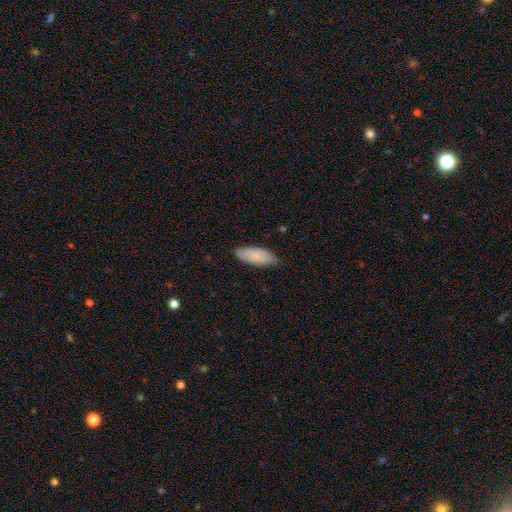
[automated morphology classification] smooth 80%, featured or disk 14%, star or artifact 6%. Down the decision tree: how rounded — in between (77%); merging — none (75%).